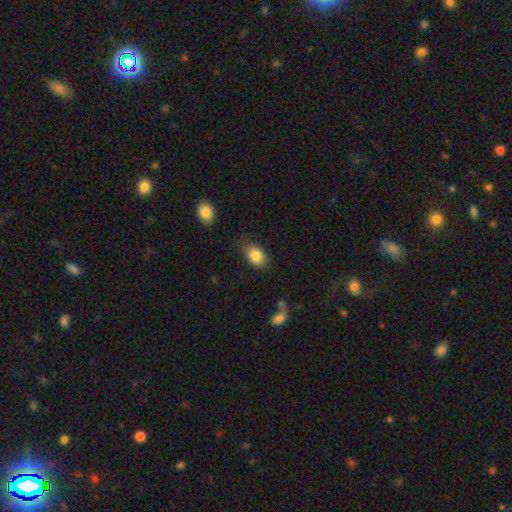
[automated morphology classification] smooth-or-featured: smooth: 84% | featured or disk: 8% | star or artifact: 8%
  how-rounded: in between: 81% | round: 18% | cigar-shaped: 1%
  merging: none: 72% | minor disturbance: 21% | major disturbance: 5% | merger: 3%